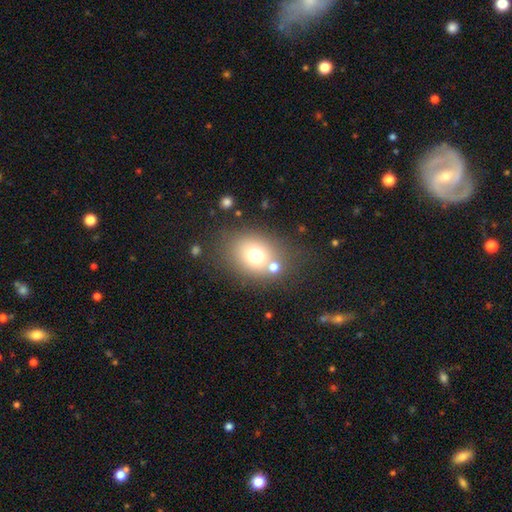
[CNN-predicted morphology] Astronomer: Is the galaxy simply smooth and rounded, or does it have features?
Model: smooth — 70%.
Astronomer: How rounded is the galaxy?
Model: round — 51% (runner-up: in between, 47%).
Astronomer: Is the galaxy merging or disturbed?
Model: none — 65%.